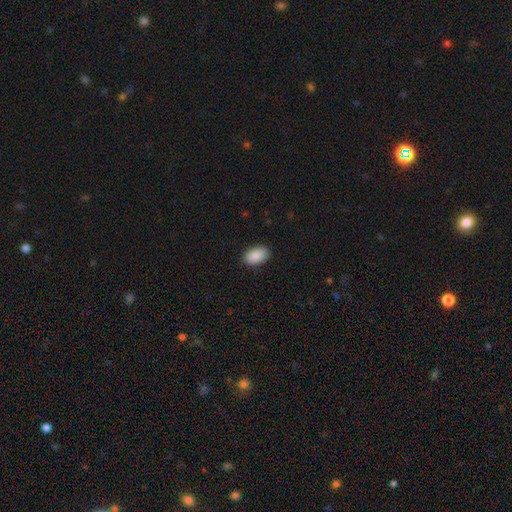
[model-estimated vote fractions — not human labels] A smooth galaxy with no disk features (91%) that is in between round and cigar-shaped (93%). Merging: none (89%).